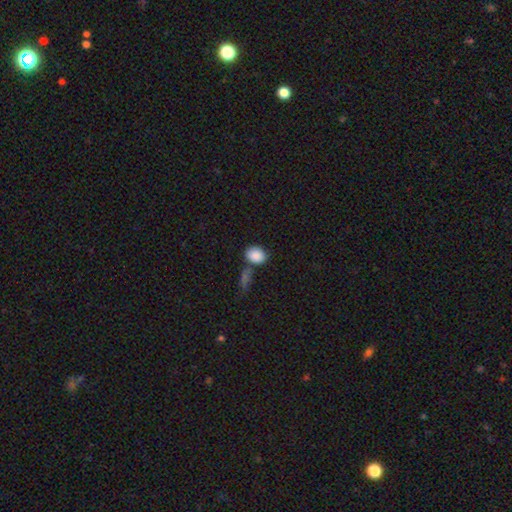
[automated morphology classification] A smooth galaxy with no disk features (87%) that is in between round and cigar-shaped (67%). Merging: none (62%).